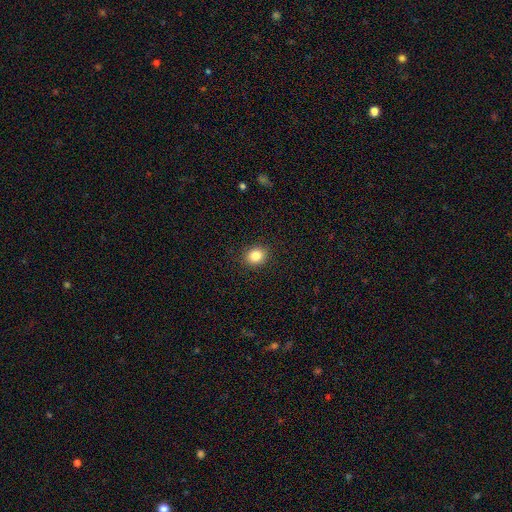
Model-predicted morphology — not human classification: smooth-or-featured: smooth: 85% | star or artifact: 10% | featured or disk: 5%
  how-rounded: round: 65% | in between: 35% | cigar-shaped: 1%
  merging: none: 90% | minor disturbance: 7% | major disturbance: 2% | merger: 1%